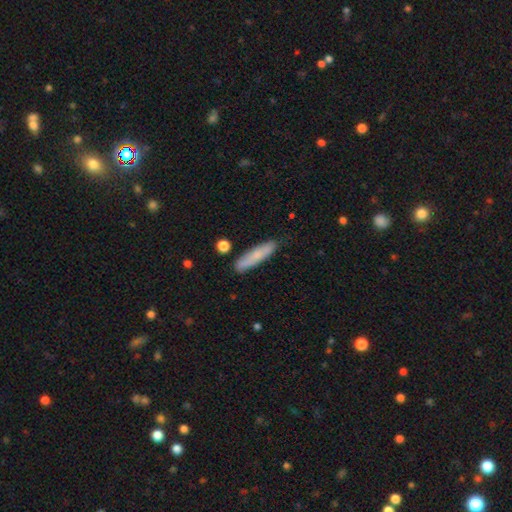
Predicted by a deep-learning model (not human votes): Smooth or featured: smooth — 75% (featured or disk — 19%)
How rounded: cigar-shaped — 82% (in between — 16%)
Merging: none — 84% (minor disturbance — 12%)